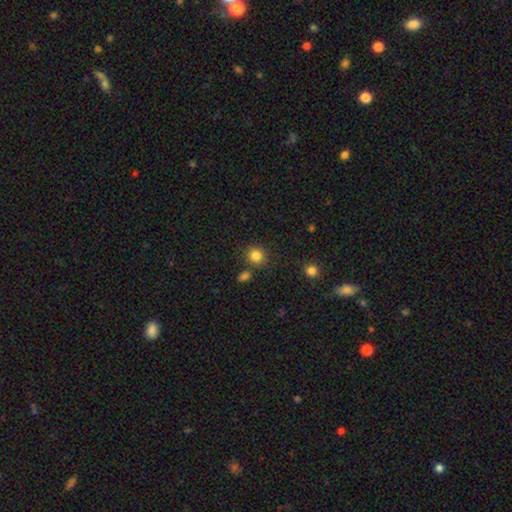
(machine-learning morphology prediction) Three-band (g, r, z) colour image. It shows a smooth galaxy with no disk features (84%) that is round (86%). Merging: none (81%).